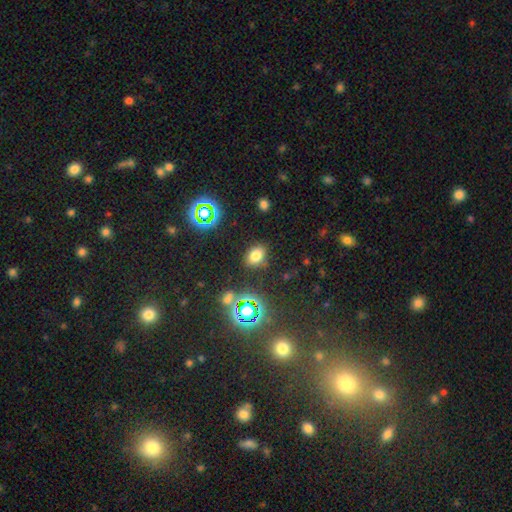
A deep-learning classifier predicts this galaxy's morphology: smooth 72%, star or artifact 20%, featured or disk 8%. Down the decision tree: how rounded — in between (71%); merging — none (83%).